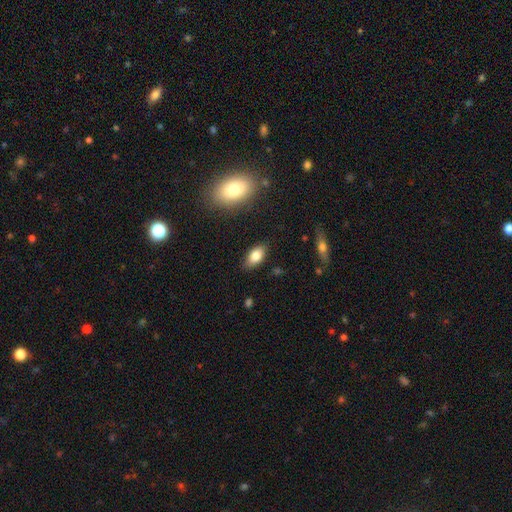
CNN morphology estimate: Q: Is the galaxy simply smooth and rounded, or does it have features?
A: smooth — 80%.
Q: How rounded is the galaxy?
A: in between — 90%.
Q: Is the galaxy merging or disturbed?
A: none — 85%.